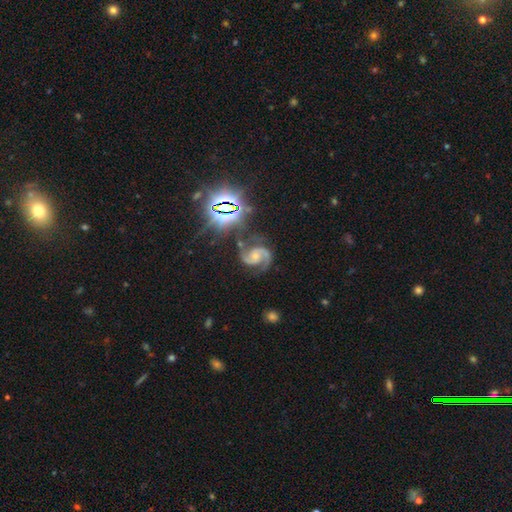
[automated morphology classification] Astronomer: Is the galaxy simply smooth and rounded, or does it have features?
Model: featured or disk — 88%.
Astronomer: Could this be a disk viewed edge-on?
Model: no — 98%.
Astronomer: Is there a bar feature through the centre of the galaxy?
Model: no — 64%.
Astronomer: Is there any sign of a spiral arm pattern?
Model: yes — 98%.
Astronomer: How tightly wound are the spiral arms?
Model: medium — 62%.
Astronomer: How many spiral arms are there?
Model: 2 — 93%.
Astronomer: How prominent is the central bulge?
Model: small — 56% (runner-up: moderate, 35%).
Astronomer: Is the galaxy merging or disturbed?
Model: none — 72%.